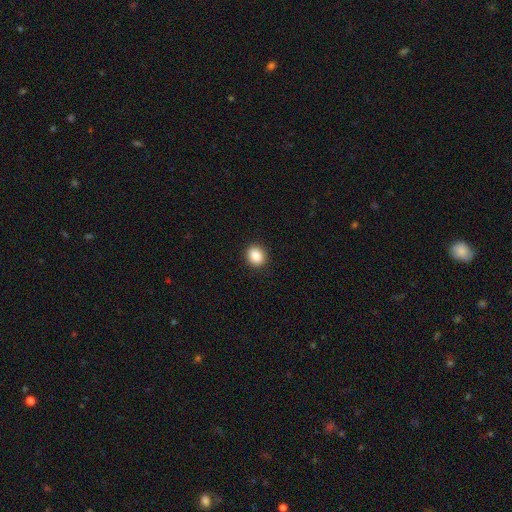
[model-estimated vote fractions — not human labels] Q: Smooth or featured?
A: smooth (88%); runner-up: star or artifact (9%)
Q: How rounded?
A: round (64%); runner-up: in between (35%)
Q: Merging?
A: none (91%); runner-up: minor disturbance (6%)